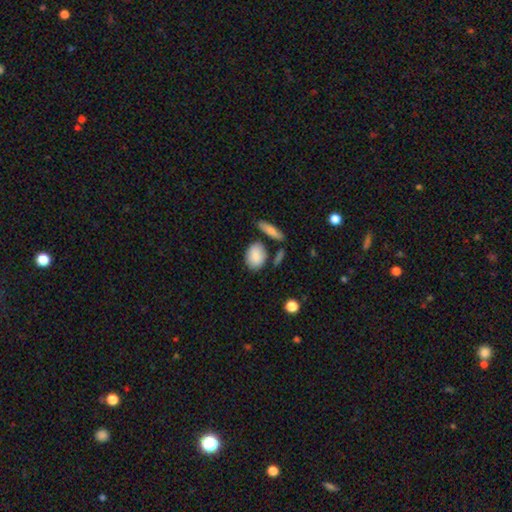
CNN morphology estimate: smooth_or_featured: smooth (p=0.86) [alt: featured or disk p=0.08]
how_rounded: in between (p=0.75) [alt: round p=0.22]
merging: none (p=0.69) [alt: minor disturbance p=0.16]